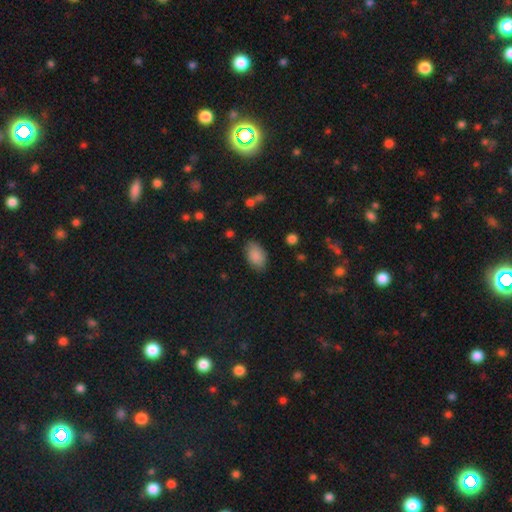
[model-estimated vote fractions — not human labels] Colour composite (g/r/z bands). It shows a smooth galaxy with no disk features (88%) that is in between round and cigar-shaped (91%). Merging: none (81%).